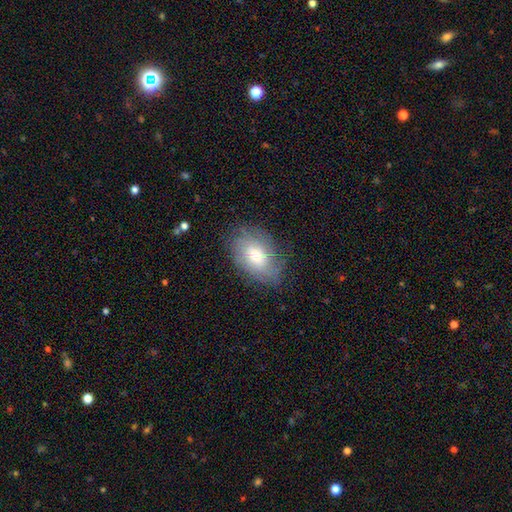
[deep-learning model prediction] A featured or disk galaxy (52%).

Vote fractions:
- Smooth or featured? featured or disk: 52% / smooth: 39% / star or artifact: 9%
- Edge-on disk? no: 94% / yes: 6%
- Merging? none: 74% / minor disturbance: 19% / major disturbance: 7% / merger: 1%